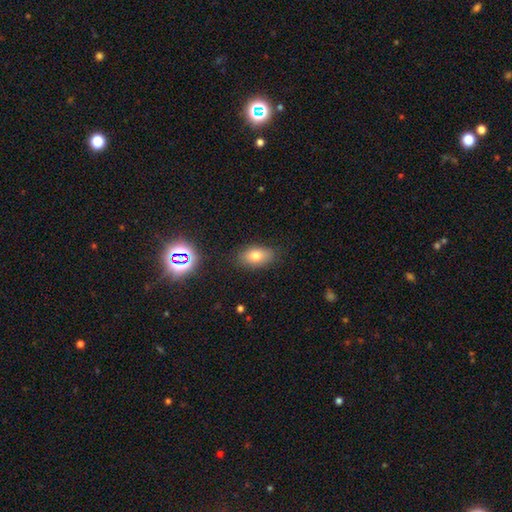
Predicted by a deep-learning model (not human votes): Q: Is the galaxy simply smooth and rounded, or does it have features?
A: smooth — 77%.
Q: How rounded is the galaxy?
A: in between — 88%.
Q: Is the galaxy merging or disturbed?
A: none — 83%.